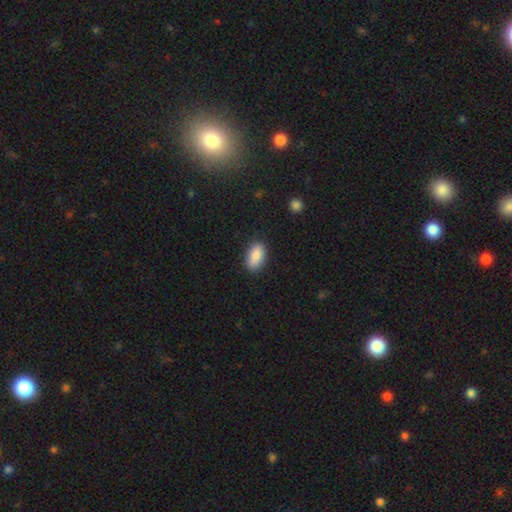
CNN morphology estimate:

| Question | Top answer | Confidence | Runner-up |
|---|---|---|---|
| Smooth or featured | smooth | 88% | star or artifact (7%) |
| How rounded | in between | 92% | cigar-shaped (5%) |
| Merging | none | 87% | minor disturbance (9%) |